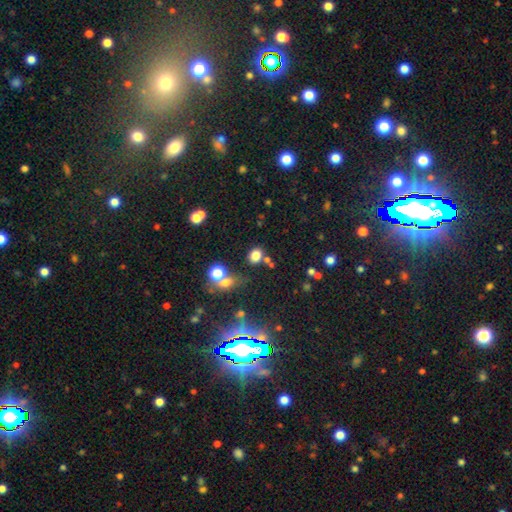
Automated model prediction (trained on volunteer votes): smooth-or-featured: smooth: 77% | star or artifact: 16% | featured or disk: 6%
  how-rounded: in between: 53% | round: 46% | cigar-shaped: 1%
  merging: none: 72% | minor disturbance: 12% | merger: 11% | major disturbance: 5%